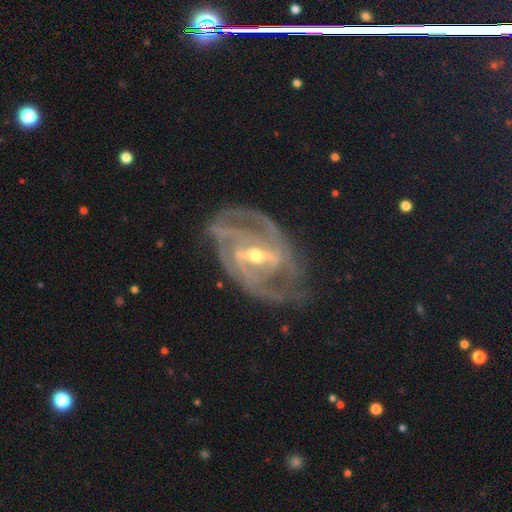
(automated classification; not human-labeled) This is clearly a featured or disk galaxy (91%). It is clearly not viewed edge-on (96%). Bar: possibly strong (57%). Spiral arm pattern: clearly yes (96%). Spiral arm count: possibly 2 (48%). Spiral winding: possibly tight (48%). Central bulge: possibly moderate (55%). Merging: likely none (68%).